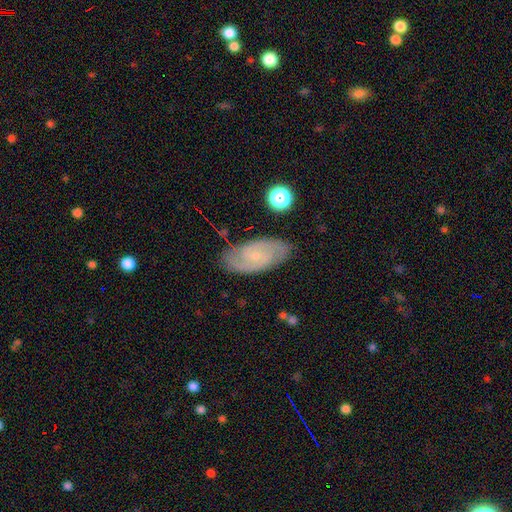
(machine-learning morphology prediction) featured or disk 82%, smooth 11%, star or artifact 6%. Down the decision tree: edge-on disk — no (96%); bar — no (56%); spiral arms — yes (96%); spiral arm count — 2 (81%); spiral winding — tight (50%); bulge size — small (78%); merging — none (82%).